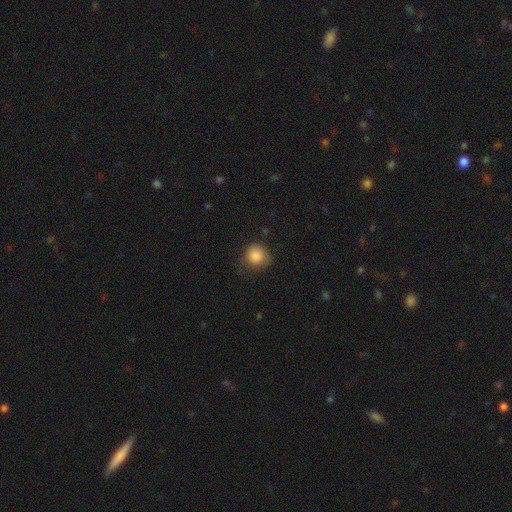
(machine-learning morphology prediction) Smooth or featured?
  - smooth: 86% *
  - star or artifact: 9%
  - featured or disk: 5%
How rounded?
  - round: 86% *
  - in between: 13%
  - cigar-shaped: 1%
Merging?
  - none: 65% *
  - minor disturbance: 26%
  - major disturbance: 7%
  - merger: 1%